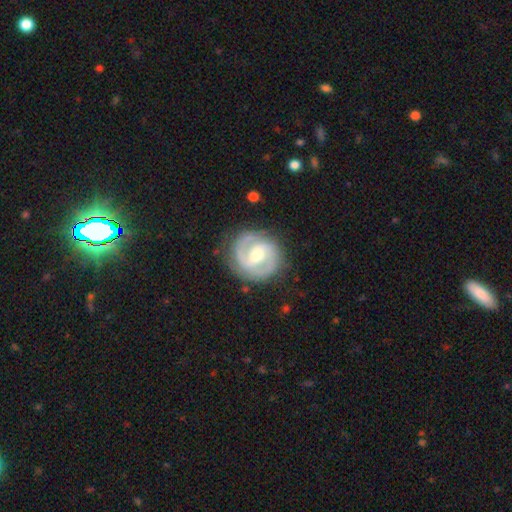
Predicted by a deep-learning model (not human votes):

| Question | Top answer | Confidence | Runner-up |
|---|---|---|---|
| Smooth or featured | featured or disk | 85% | smooth (11%) |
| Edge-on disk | no | 98% | yes (2%) |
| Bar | weak | 54% | strong (26%) |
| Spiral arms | yes | 94% | no (6%) |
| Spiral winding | tight | 48% | medium (43%) |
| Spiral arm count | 2 | 87% | can't tell (6%) |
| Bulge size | moderate | 67% | small (24%) |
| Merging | none | 83% | minor disturbance (12%) |